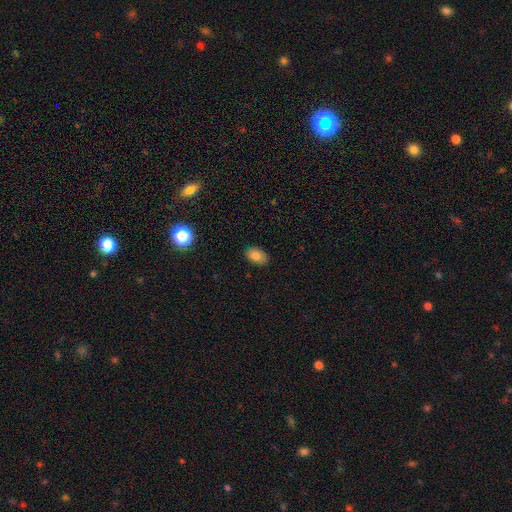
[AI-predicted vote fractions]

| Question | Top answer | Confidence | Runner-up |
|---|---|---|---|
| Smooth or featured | smooth | 81% | featured or disk (10%) |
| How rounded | in between | 86% | round (13%) |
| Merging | none | 85% | minor disturbance (12%) |